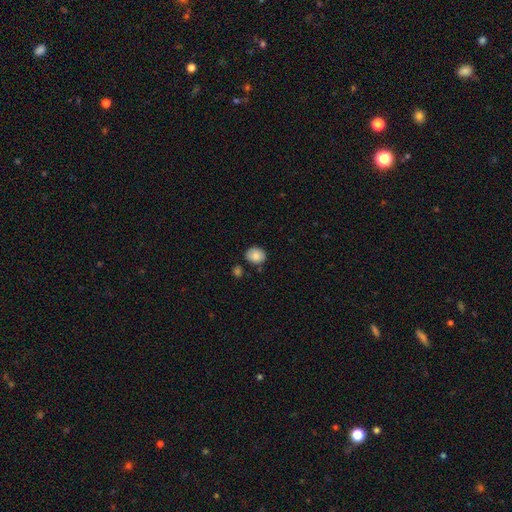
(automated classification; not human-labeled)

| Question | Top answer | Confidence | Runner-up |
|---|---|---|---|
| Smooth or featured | smooth | 86% | star or artifact (8%) |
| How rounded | round | 63% | in between (36%) |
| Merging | none | 78% | minor disturbance (14%) |